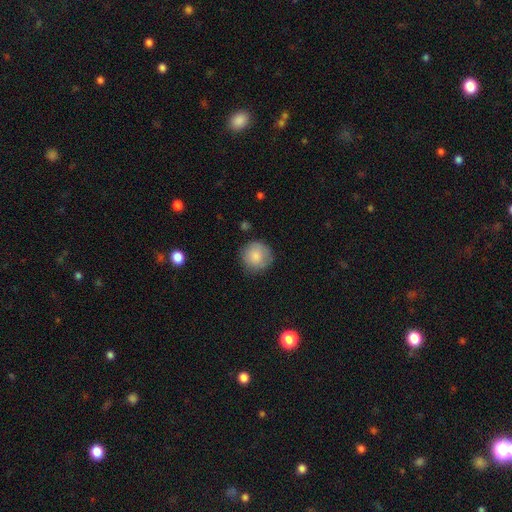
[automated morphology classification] Smooth or featured? smooth (84%)
How rounded? round (94%)
Merging? none (82%)